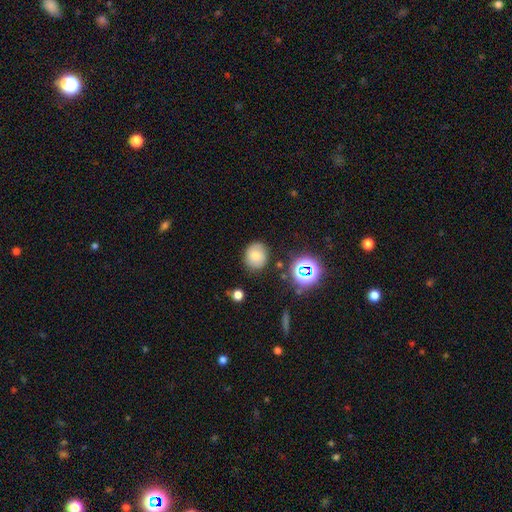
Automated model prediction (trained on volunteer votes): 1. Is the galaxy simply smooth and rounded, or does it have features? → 73% smooth, 14% star or artifact, 13% featured or disk.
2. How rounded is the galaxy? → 71% round, 28% in between, 1% cigar-shaped.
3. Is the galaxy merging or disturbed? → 81% none, 13% minor disturbance, 4% major disturbance, 3% merger.